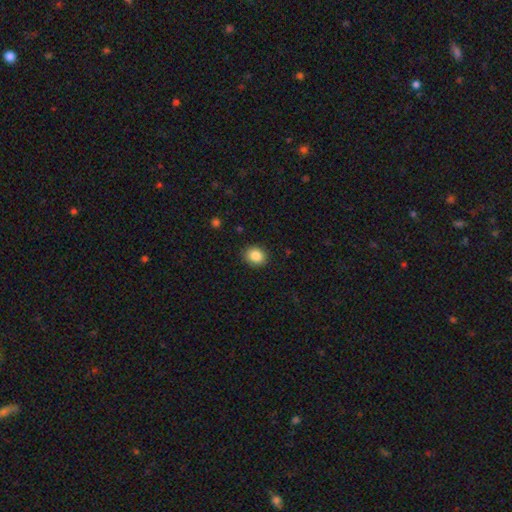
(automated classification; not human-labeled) A smooth galaxy with no disk features (87%) that is round (61%). Merging: none (89%).